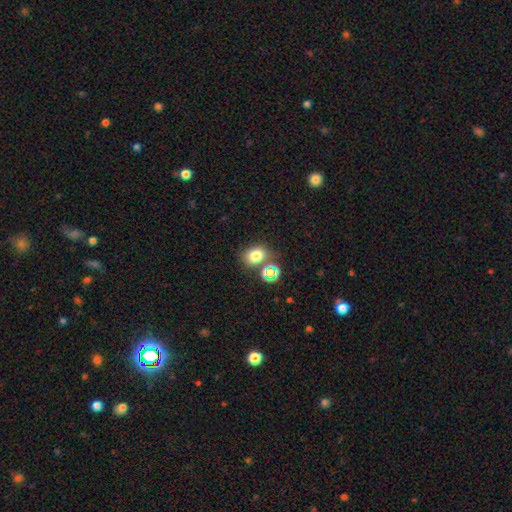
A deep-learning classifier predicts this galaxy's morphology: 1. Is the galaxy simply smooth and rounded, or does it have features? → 73% smooth, 18% star or artifact, 8% featured or disk.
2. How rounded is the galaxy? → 53% round, 46% in between, 1% cigar-shaped.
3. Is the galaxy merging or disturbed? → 66% none, 18% merger, 11% minor disturbance, 4% major disturbance.